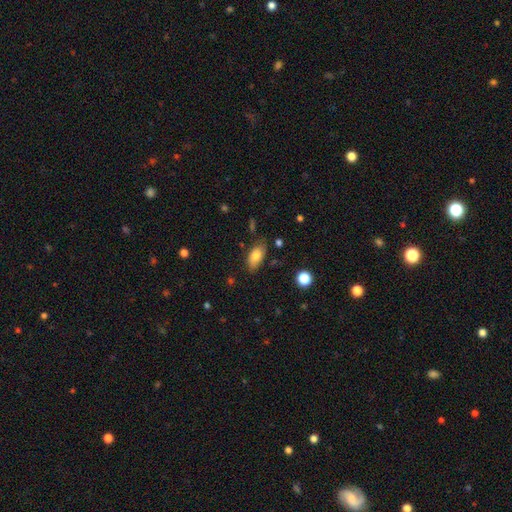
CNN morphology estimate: Smooth or featured: smooth — 81% (featured or disk — 11%)
How rounded: in between — 91% (cigar-shaped — 5%)
Merging: none — 76% (minor disturbance — 18%)